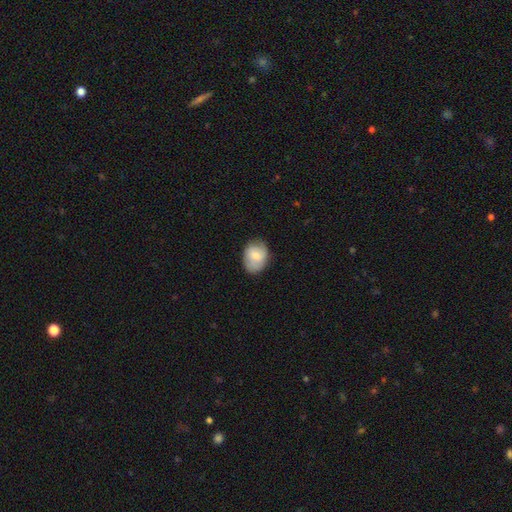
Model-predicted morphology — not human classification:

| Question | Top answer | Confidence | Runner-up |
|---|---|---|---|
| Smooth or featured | smooth | 68% | featured or disk (25%) |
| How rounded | in between | 63% | round (36%) |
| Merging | none | 74% | minor disturbance (21%) |